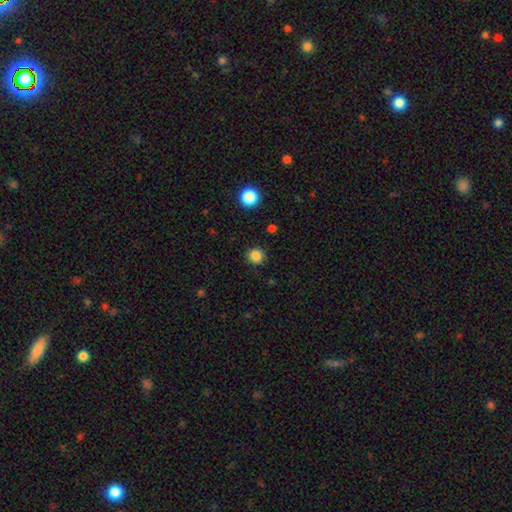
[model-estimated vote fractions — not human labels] Smooth or featured? smooth (84%)
How rounded? round (92%)
Merging? none (90%)